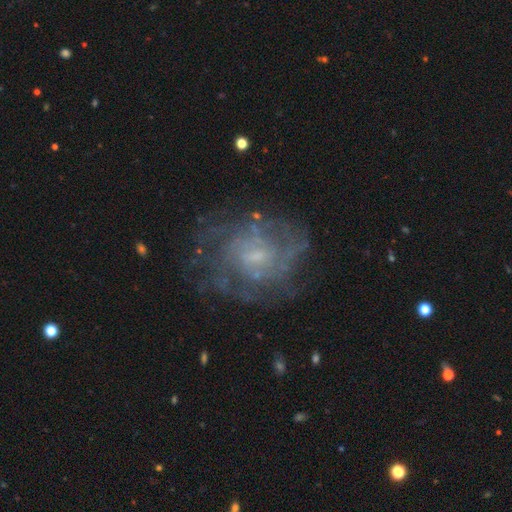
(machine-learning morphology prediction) type=featured or disk (77%); edge-on=no (97%); bar=no (50%); spiral arms=yes (81%); winding=tight (51%); arm count=can't tell (53%); bulge=small (55%); merging=none (68%).